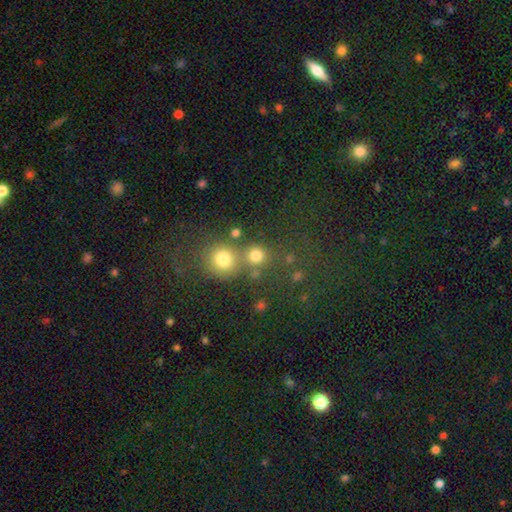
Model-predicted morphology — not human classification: smooth 78%, star or artifact 16%, featured or disk 6%. Down the decision tree: how rounded — round (90%); merging — none (61%).